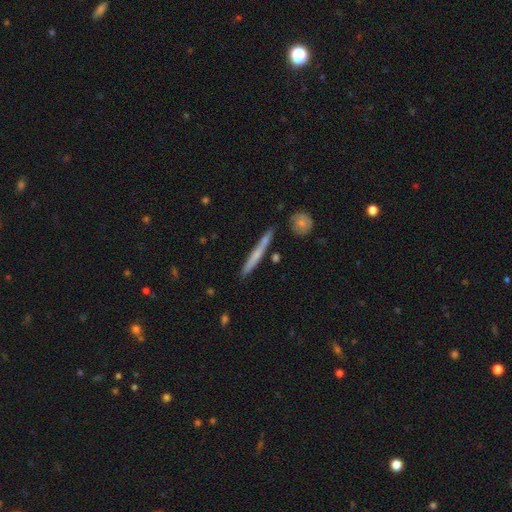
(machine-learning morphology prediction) smooth 53%, featured or disk 41%, star or artifact 6%. Down the decision tree: how rounded — cigar-shaped (96%); merging — none (84%).